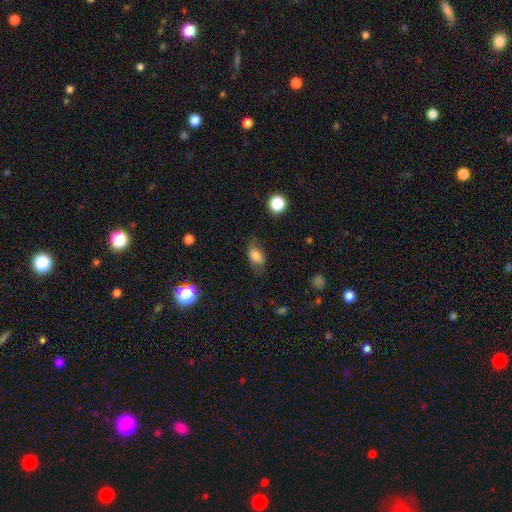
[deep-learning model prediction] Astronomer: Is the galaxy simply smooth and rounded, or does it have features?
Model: smooth — 76%.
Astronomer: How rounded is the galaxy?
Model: in between — 87%.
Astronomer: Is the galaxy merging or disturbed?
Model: none — 67%.